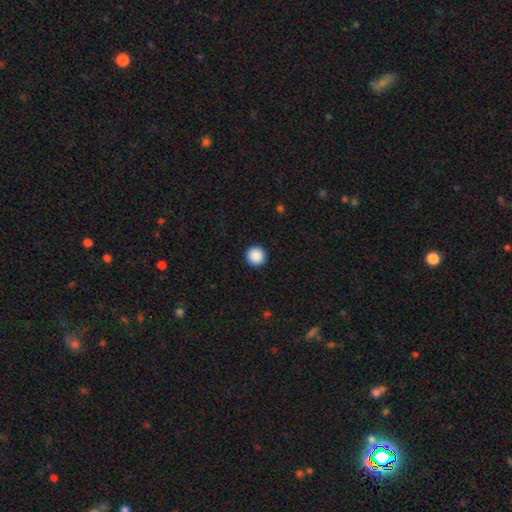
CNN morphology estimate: smooth_or_featured: smooth (p=0.89) [alt: star or artifact p=0.08]
how_rounded: round (p=0.96) [alt: in between p=0.03]
merging: none (p=0.93) [alt: minor disturbance p=0.04]